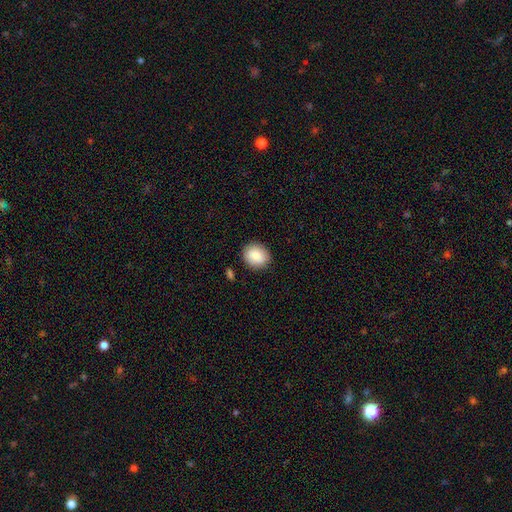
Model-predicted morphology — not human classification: The model was most divided on "how rounded": round: 71%, in between: 28%, cigar-shaped: 1%. More confident: merging — none (86%); smooth or featured — smooth (84%).